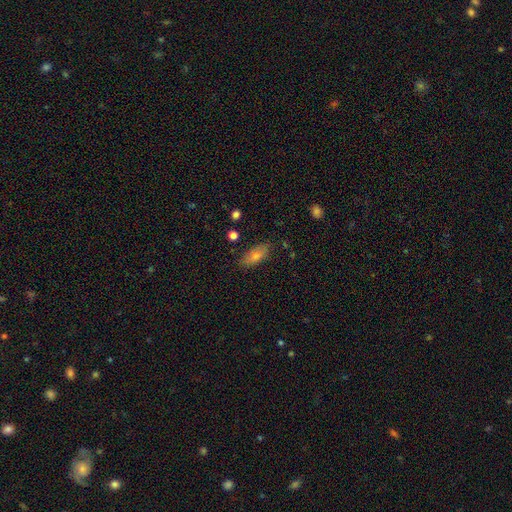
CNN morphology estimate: smooth-or-featured: smooth: 66% | featured or disk: 23% | star or artifact: 11%
  how-rounded: in between: 75% | cigar-shaped: 21% | round: 4%
  merging: none: 84% | minor disturbance: 12% | major disturbance: 2% | merger: 2%